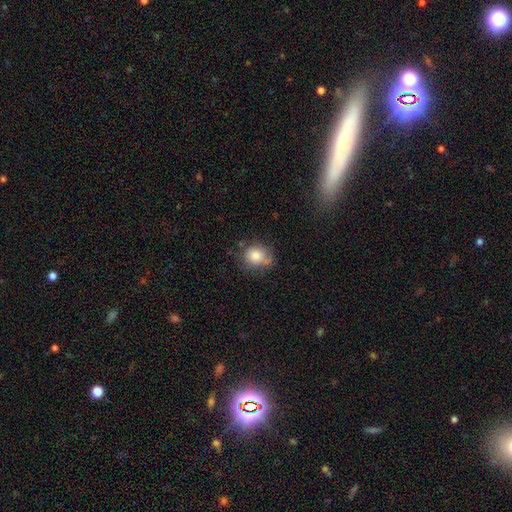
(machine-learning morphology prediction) Smooth or featured?
  - smooth: 79% *
  - featured or disk: 12%
  - star or artifact: 9%
How rounded?
  - round: 67% *
  - in between: 32%
  - cigar-shaped: 1%
Merging?
  - none: 58% *
  - minor disturbance: 27%
  - major disturbance: 9%
  - merger: 5%